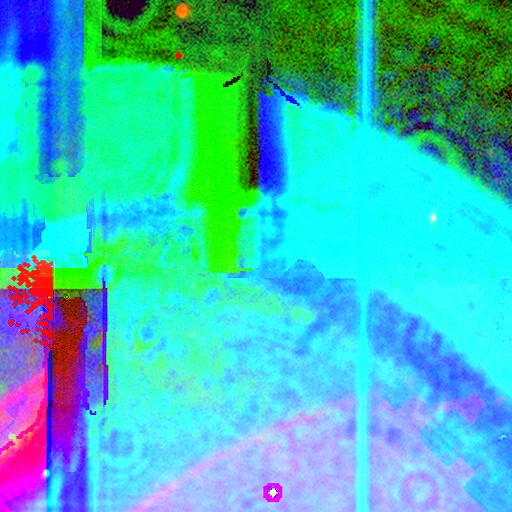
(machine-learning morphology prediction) This is clearly a star or artifact rather than a galaxy (86%).